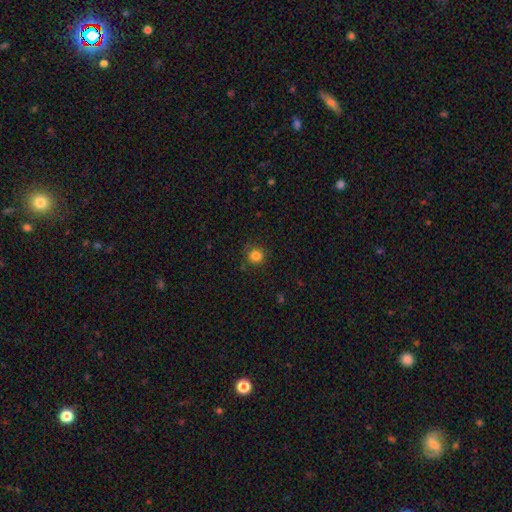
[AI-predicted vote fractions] This appears to be a smooth galaxy with no disk features (83%) that is round (93%). Merging: none (86%).